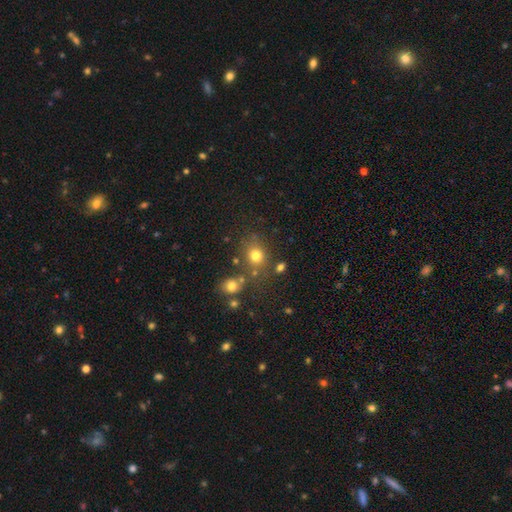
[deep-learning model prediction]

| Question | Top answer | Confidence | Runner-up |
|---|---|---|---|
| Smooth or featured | smooth | 76% | star or artifact (17%) |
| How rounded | round | 74% | in between (25%) |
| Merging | none | 72% | minor disturbance (12%) |